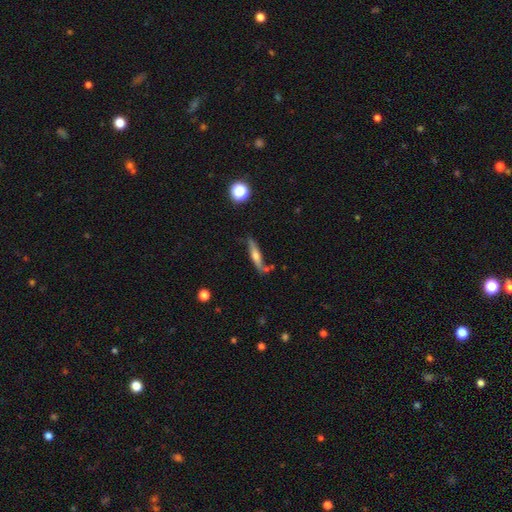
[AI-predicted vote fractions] The model was most divided on "smooth or featured": featured or disk: 51%, smooth: 41%, star or artifact: 8%. More confident: edge-on disk — yes (89%); merging — none (71%).